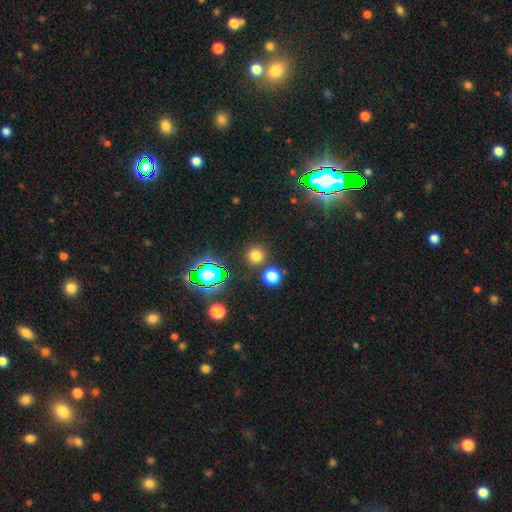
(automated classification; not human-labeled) This appears to be a smooth galaxy with no disk features (72%) that is round (94%). Merging: none (83%).